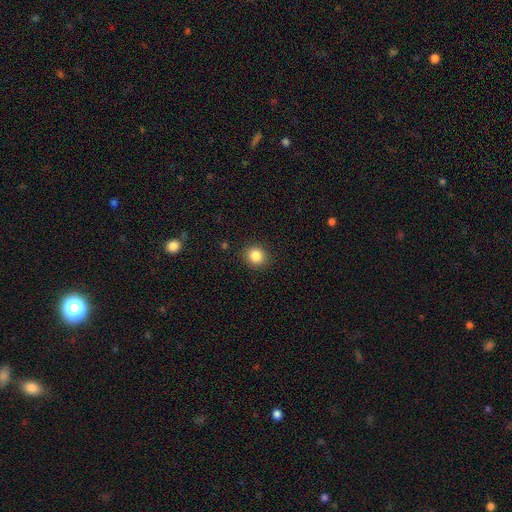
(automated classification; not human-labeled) smooth-or-featured: smooth: 85% | star or artifact: 10% | featured or disk: 5%
  how-rounded: round: 86% | in between: 13% | cigar-shaped: 1%
  merging: none: 89% | minor disturbance: 7% | major disturbance: 2% | merger: 1%